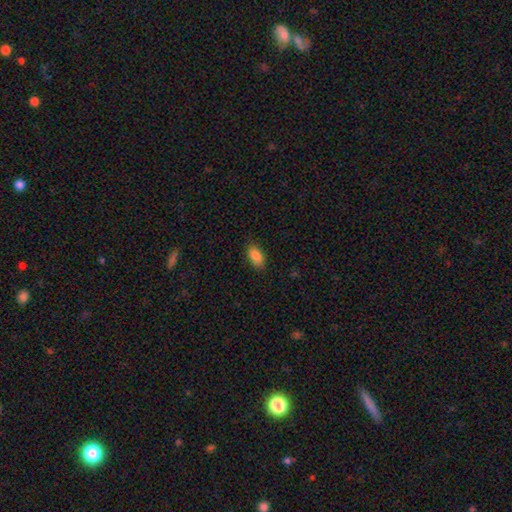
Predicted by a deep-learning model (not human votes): smooth 88%, star or artifact 8%, featured or disk 4%. Down the decision tree: how rounded — in between (92%); merging — none (85%).